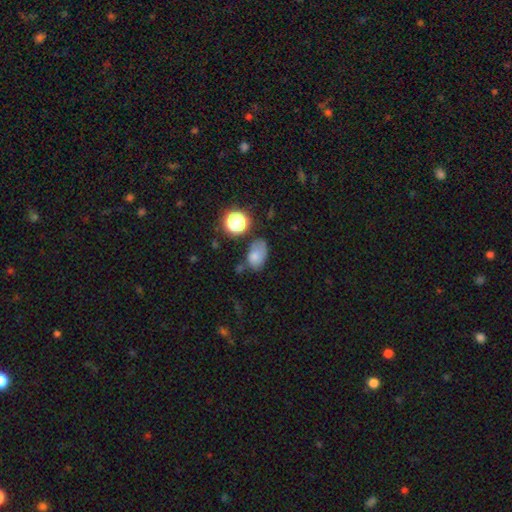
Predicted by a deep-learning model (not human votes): Q: Smooth or featured?
A: smooth (74%); runner-up: star or artifact (14%)
Q: How rounded?
A: in between (83%); runner-up: round (15%)
Q: Merging?
A: none (48%); runner-up: minor disturbance (30%)